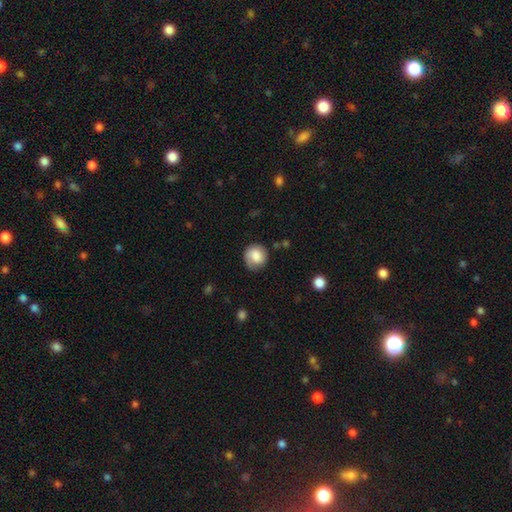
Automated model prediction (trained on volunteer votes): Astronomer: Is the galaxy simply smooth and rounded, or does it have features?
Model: smooth — 69%.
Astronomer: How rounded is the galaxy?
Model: round — 85%.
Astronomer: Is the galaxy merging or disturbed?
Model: none — 69%.